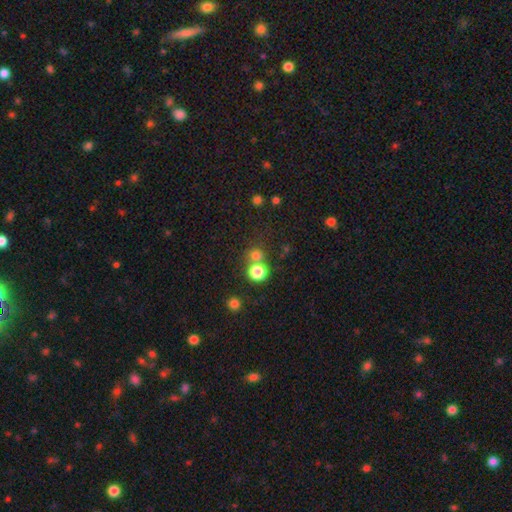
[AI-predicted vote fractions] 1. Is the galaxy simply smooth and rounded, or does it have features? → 74% smooth, 19% star or artifact, 6% featured or disk.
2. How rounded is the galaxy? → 87% round, 12% in between, 1% cigar-shaped.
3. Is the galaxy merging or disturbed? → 63% none, 27% merger, 7% minor disturbance, 3% major disturbance.